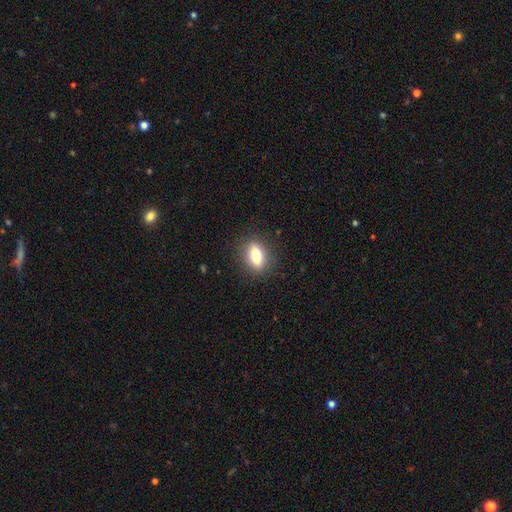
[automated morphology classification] A smooth galaxy with no disk features (76%) that is in between round and cigar-shaped (73%).

Vote fractions:
- Smooth or featured? smooth: 76% / featured or disk: 16% / star or artifact: 8%
- How rounded? in between: 73% / cigar-shaped: 17% / round: 10%
- Merging? none: 87% / minor disturbance: 9% / major disturbance: 3% / merger: 1%